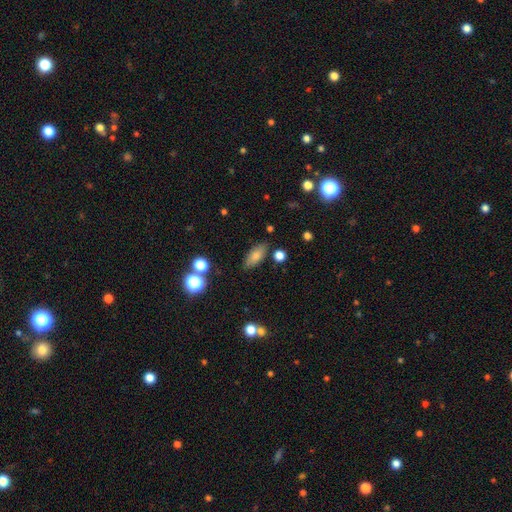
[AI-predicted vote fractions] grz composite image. It shows a smooth galaxy with no disk features (79%) that is in between round and cigar-shaped (81%). Merging: none (82%).